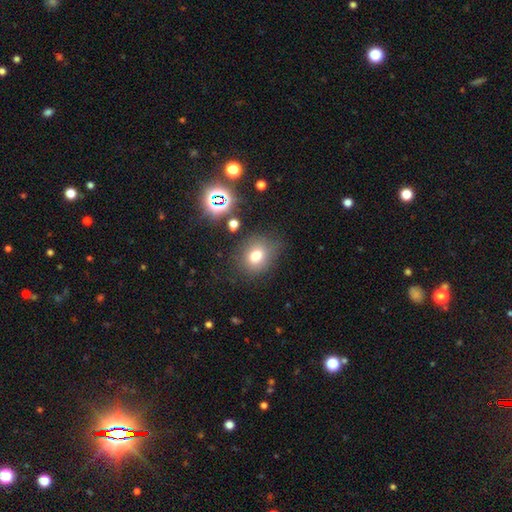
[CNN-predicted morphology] Smooth or featured: smooth — 73% (star or artifact — 16%)
How rounded: round — 60% (in between — 39%)
Merging: none — 74% (minor disturbance — 16%)